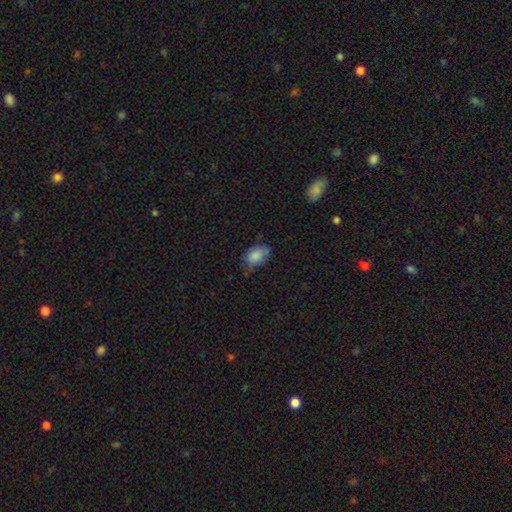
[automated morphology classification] A smooth galaxy with no disk features (85%) that is in between round and cigar-shaped (87%).

Vote fractions:
- Smooth or featured? smooth: 85% / star or artifact: 8% / featured or disk: 7%
- How rounded? in between: 87% / round: 12% / cigar-shaped: 1%
- Merging? none: 62% / minor disturbance: 30% / major disturbance: 6% / merger: 2%